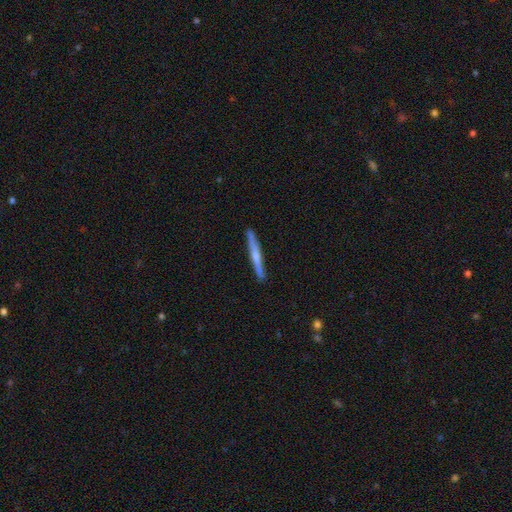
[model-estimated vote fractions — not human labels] smooth_or_featured: featured or disk (p=0.54) [alt: smooth p=0.40]
disk_edge_on: yes (p=0.97) [alt: no p=0.03]
edge_on_bulge: rounded (p=0.58) [alt: none p=0.32]
merging: none (p=0.90) [alt: minor disturbance p=0.07]